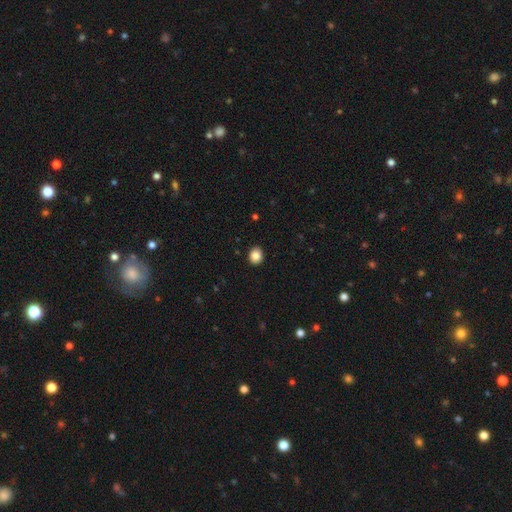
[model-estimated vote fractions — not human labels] smooth-or-featured: smooth: 87% | star or artifact: 9% | featured or disk: 4%
  how-rounded: round: 65% | in between: 34% | cigar-shaped: 1%
  merging: none: 92% | minor disturbance: 6% | major disturbance: 2% | merger: 1%